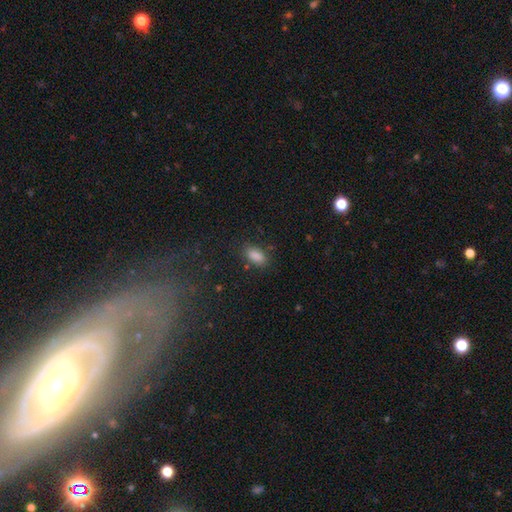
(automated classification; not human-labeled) This appears to be a smooth galaxy with no disk features (86%) that is in between round and cigar-shaped (91%). Merging: none (82%).